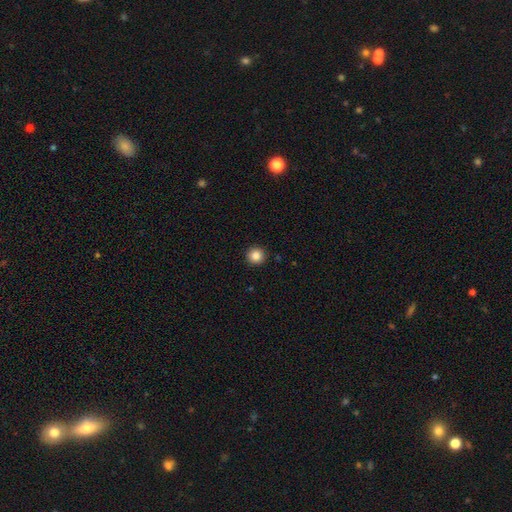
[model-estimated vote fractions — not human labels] Overall: smooth (85%). How rounded: round (95%). Merging: none (93%).